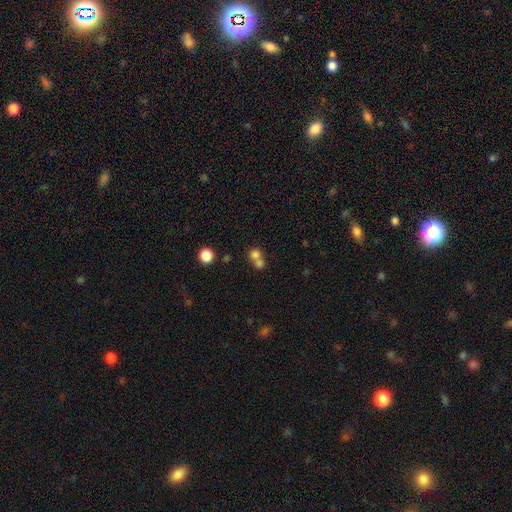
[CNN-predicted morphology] The model was most divided on "merging": merger: 56%, none: 36%, minor disturbance: 5%, major disturbance: 3%. More confident: how rounded — round (82%); smooth or featured — smooth (74%).